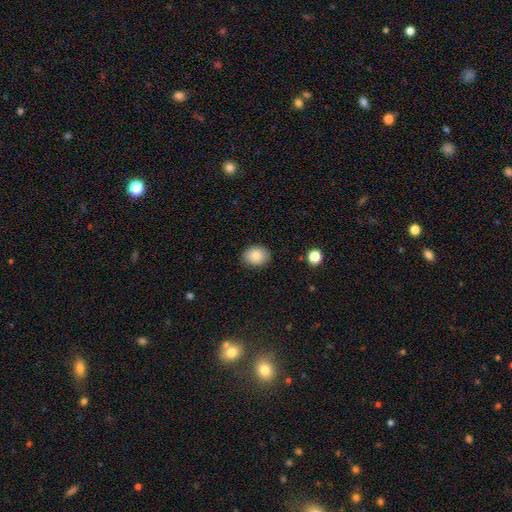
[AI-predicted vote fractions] smooth_or_featured: smooth (p=0.84) [alt: star or artifact p=0.09]
how_rounded: round (p=0.52) [alt: in between p=0.48]
merging: none (p=0.86) [alt: minor disturbance p=0.11]